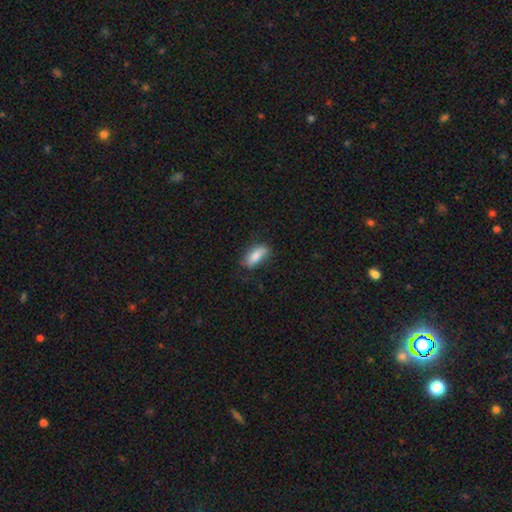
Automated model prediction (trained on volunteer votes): This is clearly a smooth galaxy (82%). How rounded: likely in between (77%). Merging: likely none (71%).